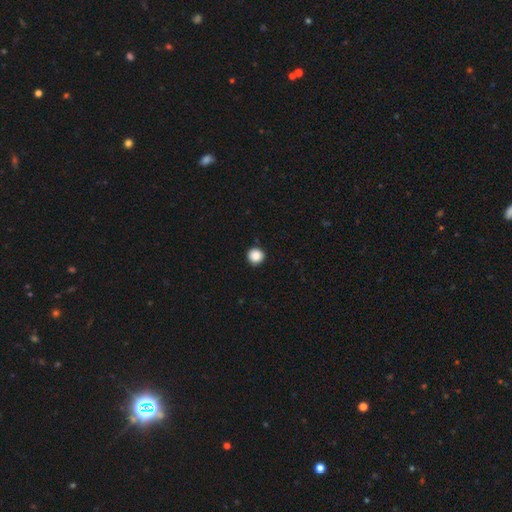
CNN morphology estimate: smooth_or_featured: smooth (p=0.87) [alt: star or artifact p=0.10]
how_rounded: round (p=0.96) [alt: in between p=0.03]
merging: none (p=0.92) [alt: minor disturbance p=0.05]